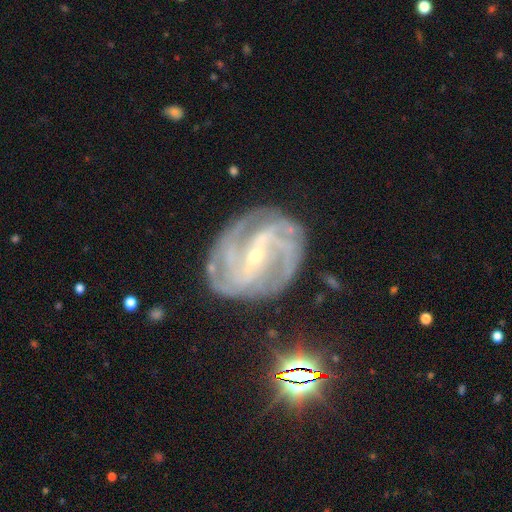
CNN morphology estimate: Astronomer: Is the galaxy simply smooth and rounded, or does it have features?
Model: featured or disk — 90%.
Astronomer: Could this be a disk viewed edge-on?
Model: no — 97%.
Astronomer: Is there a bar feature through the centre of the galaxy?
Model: strong — 49% (runner-up: weak, 35%).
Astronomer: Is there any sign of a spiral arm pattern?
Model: yes — 97%.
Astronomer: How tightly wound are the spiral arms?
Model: tight — 48% (runner-up: medium, 41%).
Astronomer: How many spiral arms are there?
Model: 2 — 31% (runner-up: 3, 24%).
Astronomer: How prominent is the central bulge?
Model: small — 78%.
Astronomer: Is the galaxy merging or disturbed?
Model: none — 76%.